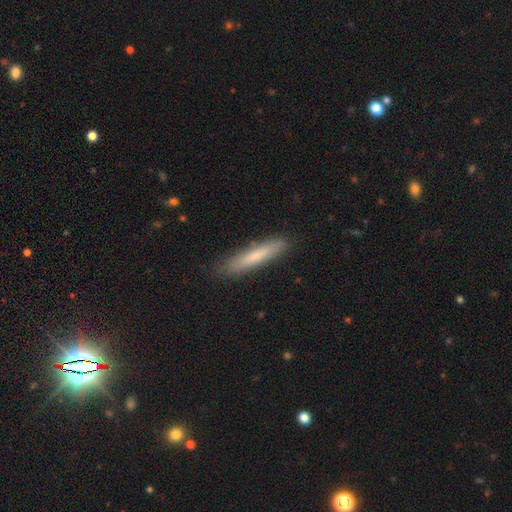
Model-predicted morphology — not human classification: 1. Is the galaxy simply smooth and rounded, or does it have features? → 72% smooth, 22% featured or disk, 6% star or artifact.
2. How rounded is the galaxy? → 91% cigar-shaped, 8% in between, 1% round.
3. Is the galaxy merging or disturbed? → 88% none, 9% minor disturbance, 2% major disturbance, 1% merger.